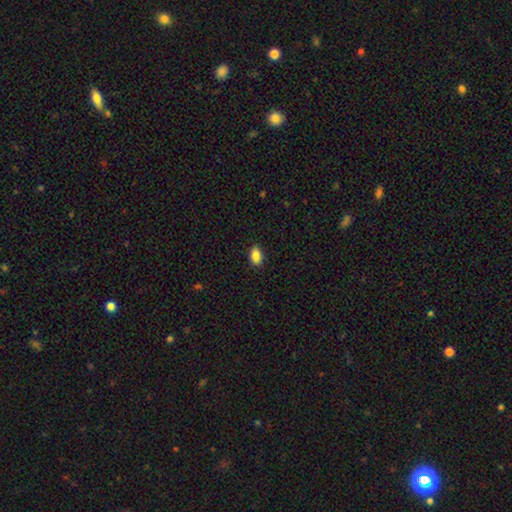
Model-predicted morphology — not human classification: Smooth or featured? Predicted: smooth (p=0.87). How rounded? Predicted: in between (p=0.89). Merging? Predicted: none (p=0.89).